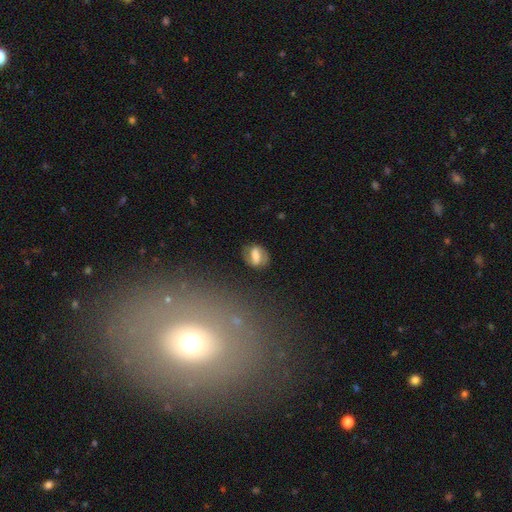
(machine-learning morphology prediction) A smooth galaxy with no disk features (53%) that is in between round and cigar-shaped (71%). Merging: none (75%).